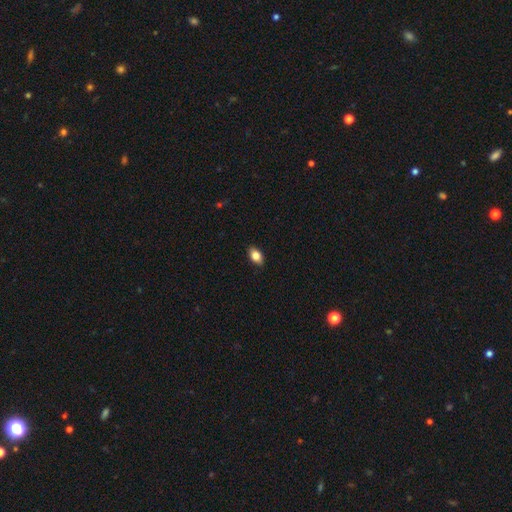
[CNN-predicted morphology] Smooth or featured? Predicted: smooth (p=0.82). How rounded? Predicted: in between (p=0.87). Merging? Predicted: none (p=0.88).